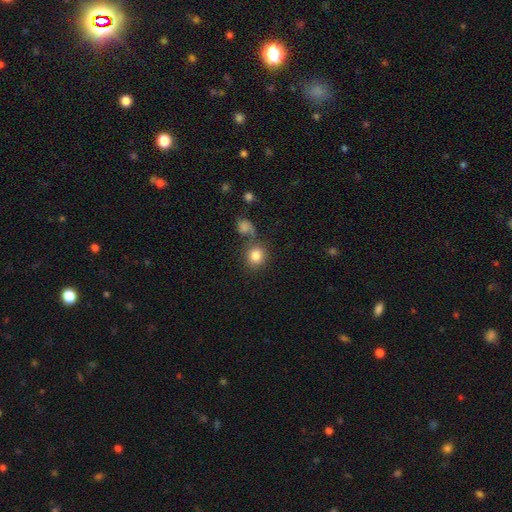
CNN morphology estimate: Smooth or featured: smooth — 83% (star or artifact — 10%)
How rounded: round — 82% (in between — 17%)
Merging: none — 65% (merger — 18%)